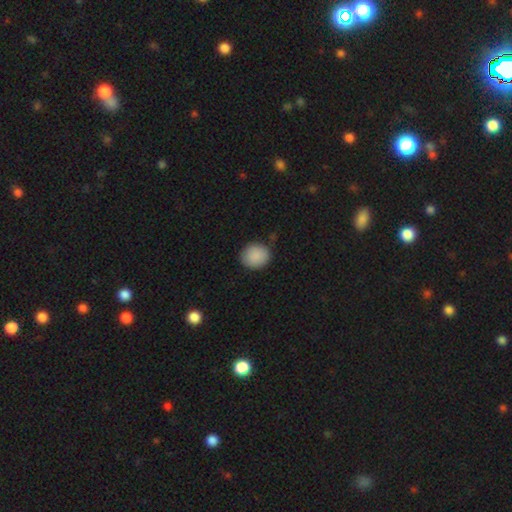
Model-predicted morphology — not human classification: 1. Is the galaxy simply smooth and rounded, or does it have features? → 89% smooth, 7% star or artifact, 4% featured or disk.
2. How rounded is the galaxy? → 76% round, 23% in between, 1% cigar-shaped.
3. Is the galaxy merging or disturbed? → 85% none, 11% minor disturbance, 2% major disturbance, 1% merger.